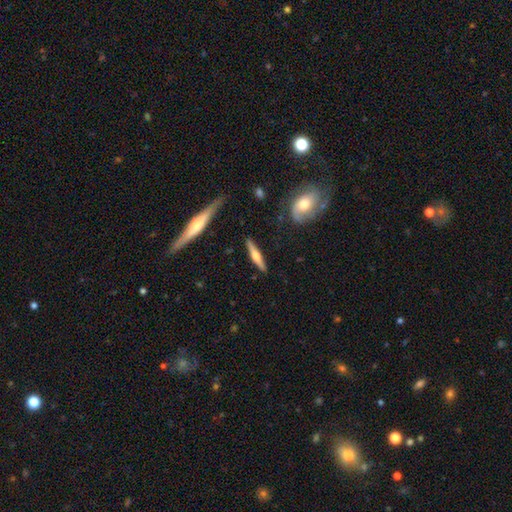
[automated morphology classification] featured or disk 60%, smooth 35%, star or artifact 5%. Down the decision tree: edge-on disk — yes (96%); edge-on bulge — rounded (88%); merging — none (88%).